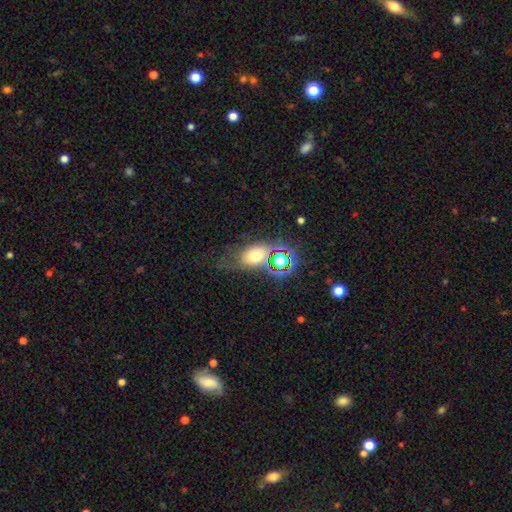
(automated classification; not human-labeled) A smooth galaxy with no disk features (60%) that is in between round and cigar-shaped (70%). Merging: none (53%).